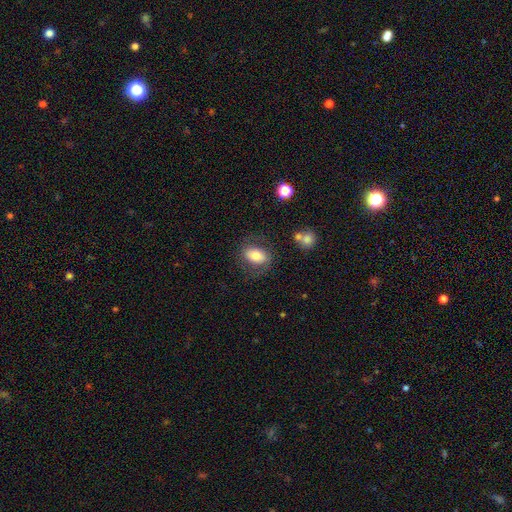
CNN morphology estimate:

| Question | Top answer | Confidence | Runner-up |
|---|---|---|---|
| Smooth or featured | smooth | 72% | featured or disk (20%) |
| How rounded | in between | 86% | round (13%) |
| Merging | none | 73% | minor disturbance (15%) |